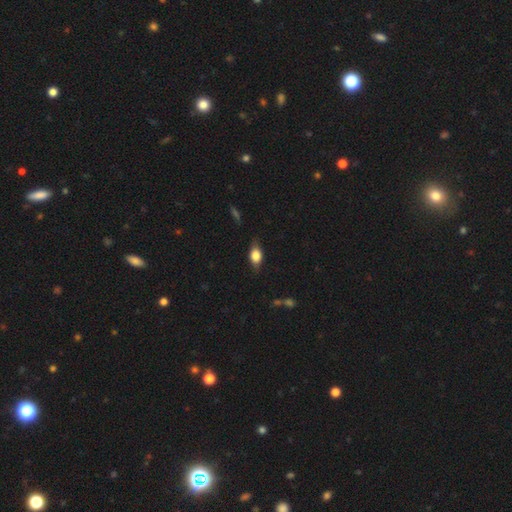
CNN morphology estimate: This is likely a smooth galaxy (68%). How rounded: likely in between (79%). Merging: likely none (74%).